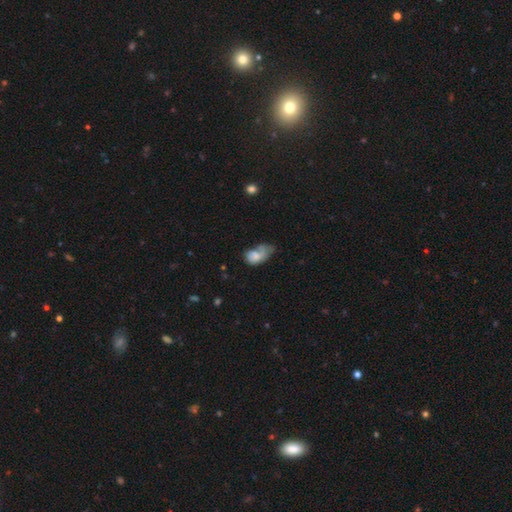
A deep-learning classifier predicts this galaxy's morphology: smooth_or_featured: smooth (p=0.64) [alt: featured or disk p=0.27]
how_rounded: in between (p=0.87) [alt: round p=0.11]
merging: major disturbance (p=0.35) [alt: minor disturbance p=0.30]